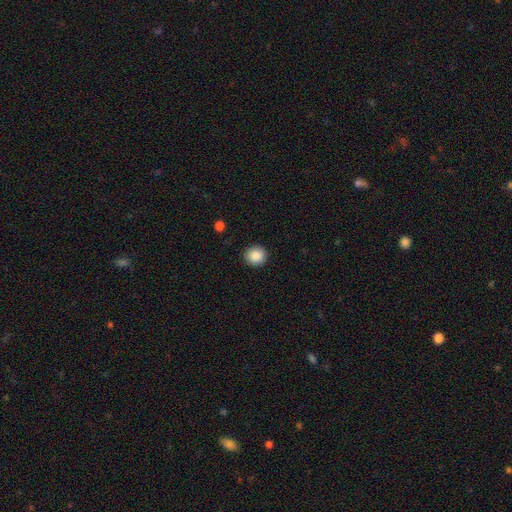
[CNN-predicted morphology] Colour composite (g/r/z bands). It shows a smooth galaxy with no disk features (88%) that is round (91%). Merging: none (91%).